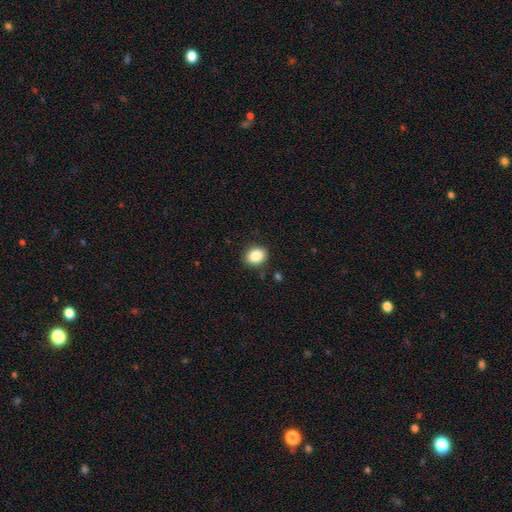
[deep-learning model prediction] This appears to be a smooth galaxy with no disk features (86%) that is round (51%). Merging: none (88%).